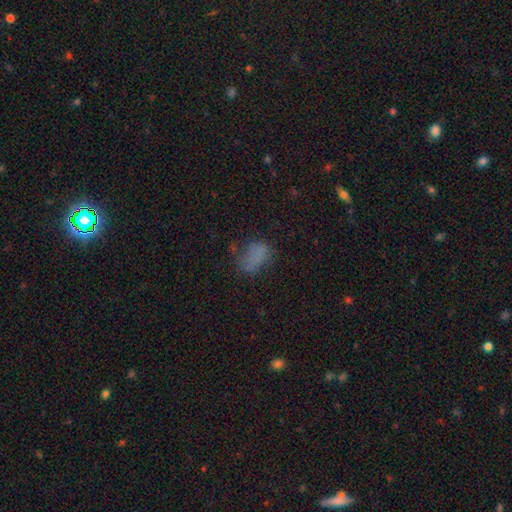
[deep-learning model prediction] Smooth or featured? smooth (68%)
How rounded? in between (86%)
Merging? none (50%)